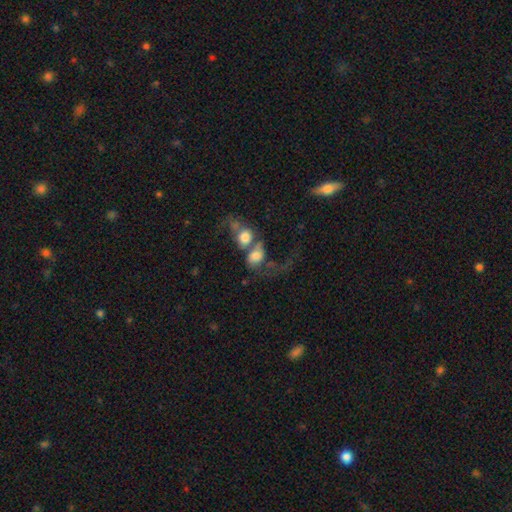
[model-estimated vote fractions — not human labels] Smooth or featured: smooth — 58% (featured or disk — 31%)
How rounded: in between — 53% (round — 45%)
Merging: merger — 73% (major disturbance — 14%)